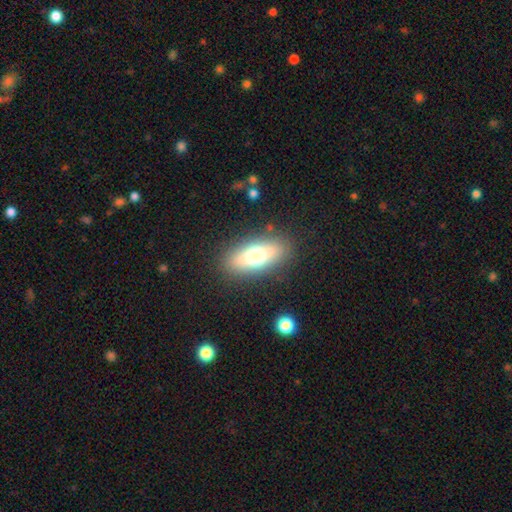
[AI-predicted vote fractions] Morphology: type=smooth (63%); roundness=in between (75%); merging=none (85%).